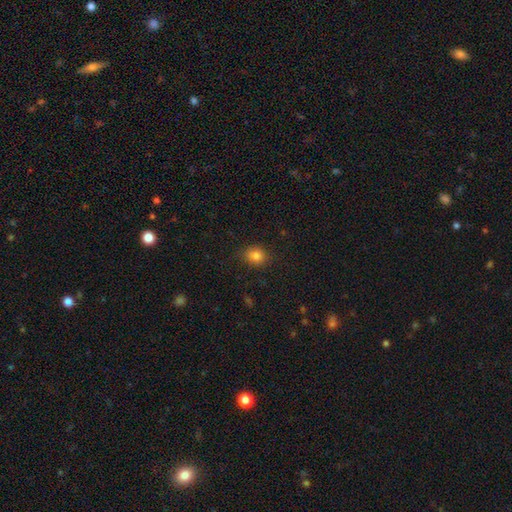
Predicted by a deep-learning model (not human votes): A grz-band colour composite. It shows a smooth galaxy with no disk features (82%) that is round (66%). Merging: none (84%).